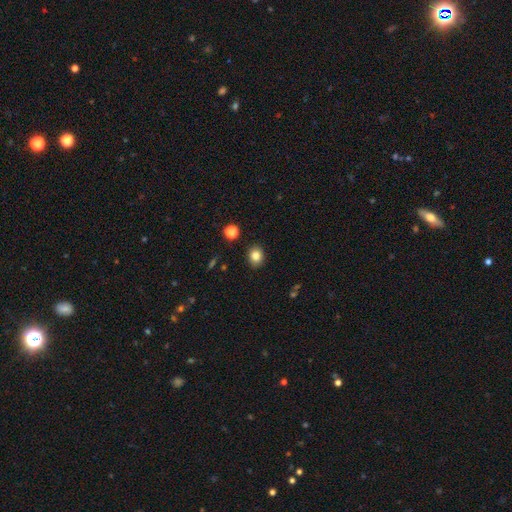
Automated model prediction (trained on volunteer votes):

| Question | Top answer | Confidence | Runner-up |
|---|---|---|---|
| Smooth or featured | smooth | 82% | star or artifact (11%) |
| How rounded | round | 59% | in between (40%) |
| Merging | none | 89% | minor disturbance (7%) |